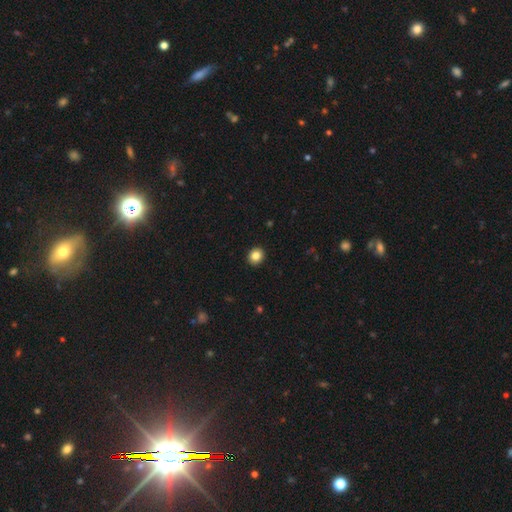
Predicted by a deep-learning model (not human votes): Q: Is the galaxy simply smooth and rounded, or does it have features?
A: smooth — 84%.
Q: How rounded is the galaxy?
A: round — 77%.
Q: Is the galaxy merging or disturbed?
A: none — 93%.